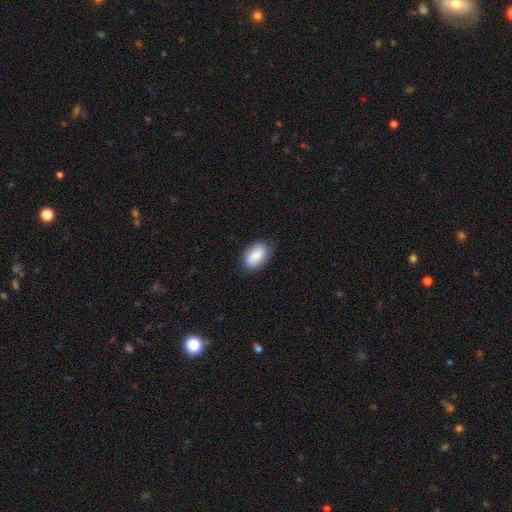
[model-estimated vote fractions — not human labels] Q: Smooth or featured?
A: smooth (83%); runner-up: featured or disk (10%)
Q: How rounded?
A: in between (91%); runner-up: round (8%)
Q: Merging?
A: none (81%); runner-up: minor disturbance (15%)